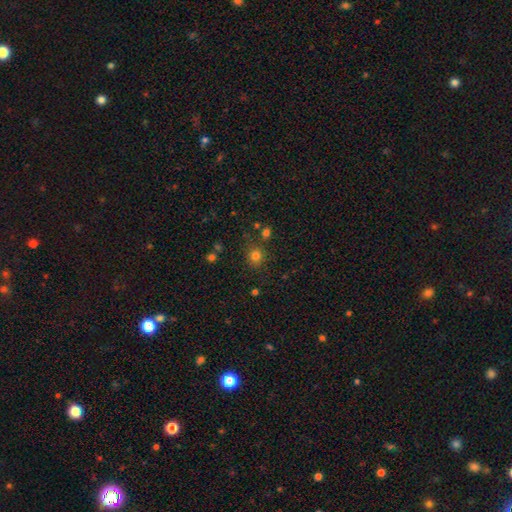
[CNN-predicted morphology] A smooth galaxy with no disk features (77%) that is round (86%). Merging: none (80%).